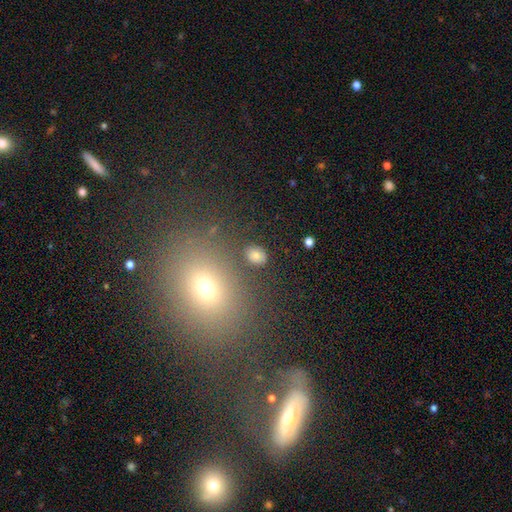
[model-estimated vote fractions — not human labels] This appears to be a smooth galaxy with no disk features (79%) that is round (51%). Merging: none (84%).